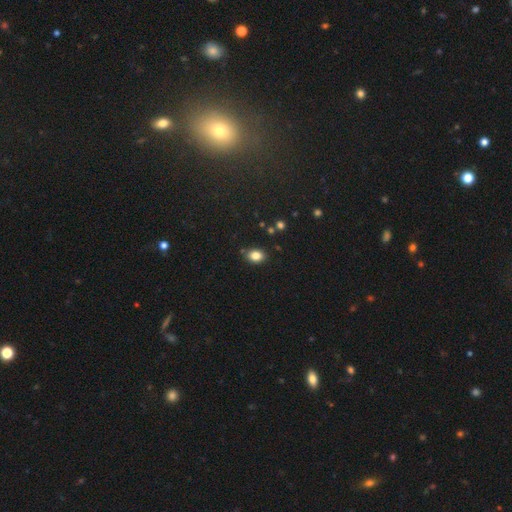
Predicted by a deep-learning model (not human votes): smooth 84%, star or artifact 10%, featured or disk 6%. Down the decision tree: how rounded — in between (69%); merging — none (83%).